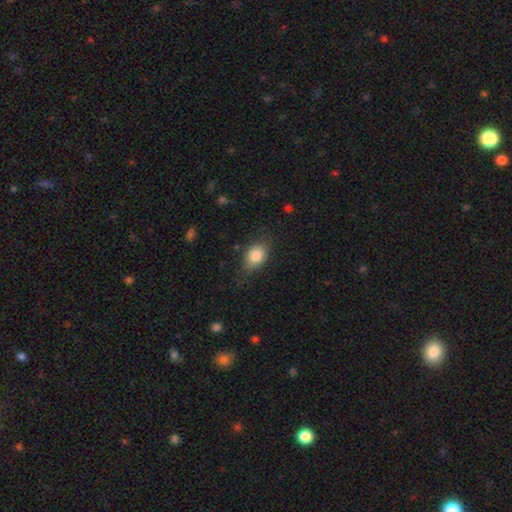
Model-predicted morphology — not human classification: Overall: smooth (82%). How rounded: in between (78%). Merging: none (70%).